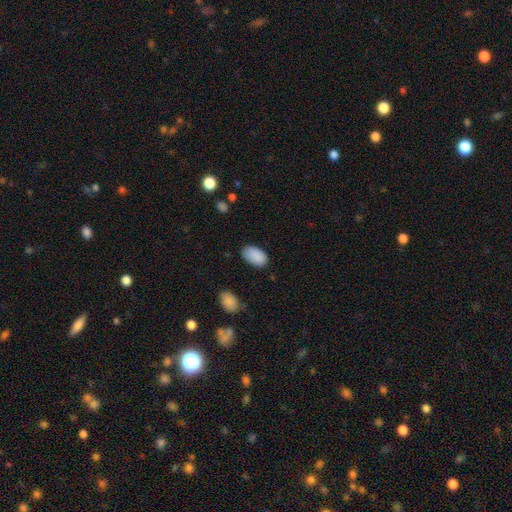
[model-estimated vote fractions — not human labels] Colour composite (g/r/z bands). It shows a smooth galaxy with no disk features (90%) that is in between round and cigar-shaped (94%). Merging: none (80%).